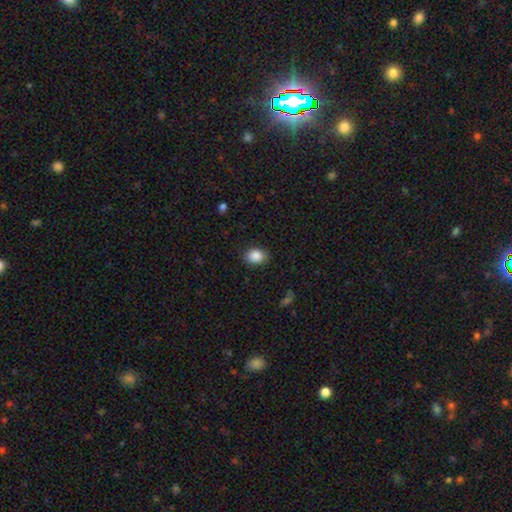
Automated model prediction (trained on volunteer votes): smooth-or-featured: smooth: 88% | star or artifact: 8% | featured or disk: 4%
  how-rounded: in between: 66% | round: 33% | cigar-shaped: 1%
  merging: none: 86% | minor disturbance: 11% | major disturbance: 3% | merger: 1%